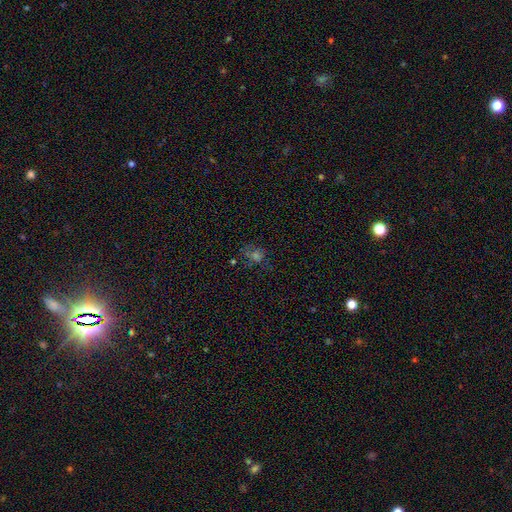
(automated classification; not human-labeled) smooth_or_featured: star or artifact (p=0.39) [alt: smooth p=0.38]